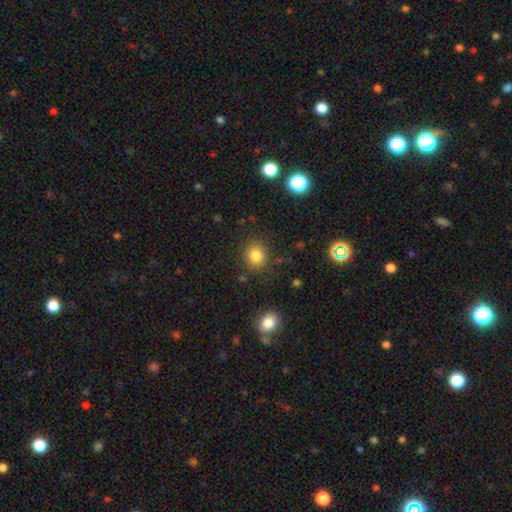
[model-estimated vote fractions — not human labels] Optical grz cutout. It shows a smooth galaxy with no disk features (82%) that is round (74%). Merging: none (83%).